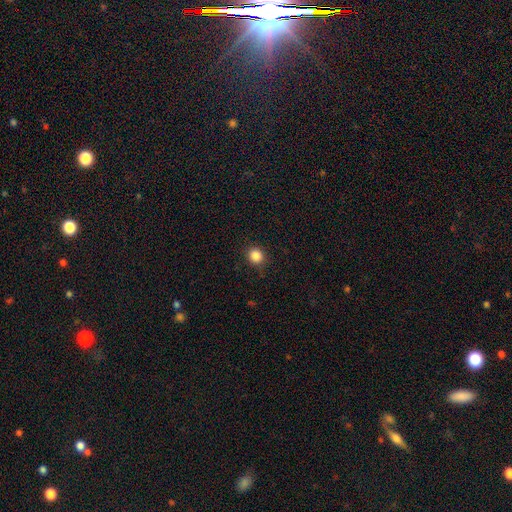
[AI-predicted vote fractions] smooth 85%, star or artifact 11%, featured or disk 4%. Down the decision tree: how rounded — round (86%); merging — none (88%).